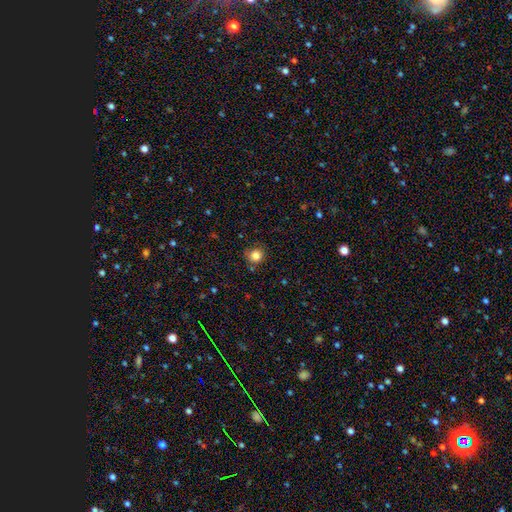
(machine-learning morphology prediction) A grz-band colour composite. It shows a smooth galaxy with no disk features (83%) that is round (91%). Merging: none (83%).